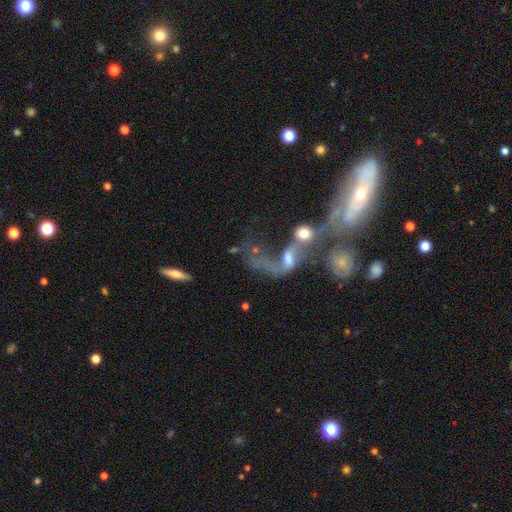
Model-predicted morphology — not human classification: A featured or disk galaxy (61%) with no bar (63%), spiral arms (59%) and a moderate central bulge (40%). Merging: merger (57%).